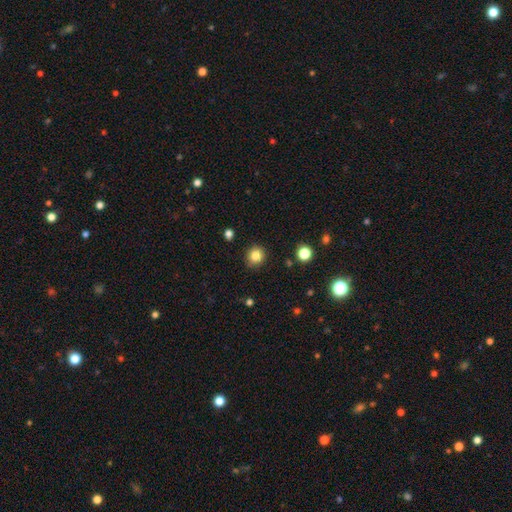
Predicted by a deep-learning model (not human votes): Q: Smooth or featured?
A: smooth (83%); runner-up: star or artifact (11%)
Q: How rounded?
A: round (89%); runner-up: in between (10%)
Q: Merging?
A: none (89%); runner-up: minor disturbance (8%)